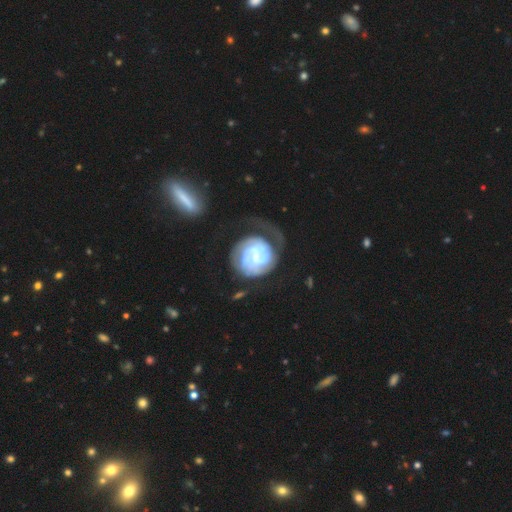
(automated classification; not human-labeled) The model was most divided on "merging": none: 39%, major disturbance: 38%, minor disturbance: 19%, merger: 4%. Remaining: edge-on disk — no (98%); spiral arms — yes (91%); smooth or featured — featured or disk (78%); bulge size — small (59%); spiral winding — tight (57%); bar — weak (46%); spiral arm count — 2 (37%).